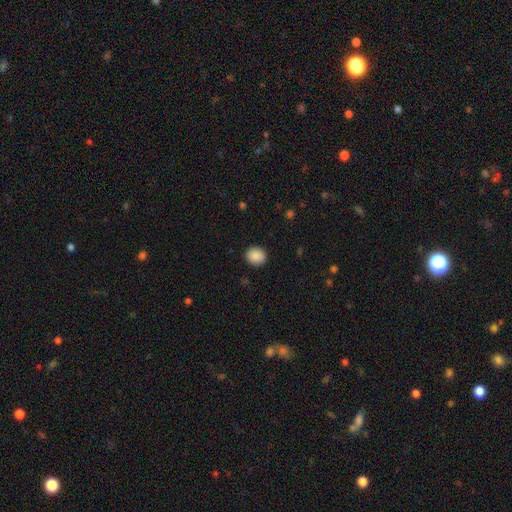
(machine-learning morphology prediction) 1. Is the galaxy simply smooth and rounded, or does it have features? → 89% smooth, 8% star or artifact, 3% featured or disk.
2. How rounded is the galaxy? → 77% round, 22% in between, 1% cigar-shaped.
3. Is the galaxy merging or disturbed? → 90% none, 7% minor disturbance, 2% major disturbance, 1% merger.